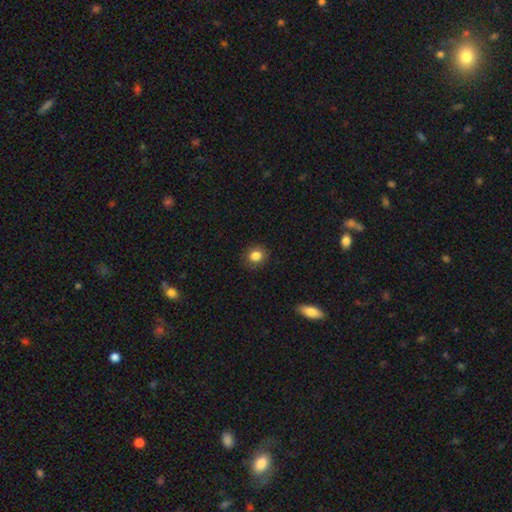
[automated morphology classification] Smooth or featured: smooth — 84% (star or artifact — 10%)
How rounded: round — 78% (in between — 21%)
Merging: none — 87% (minor disturbance — 9%)